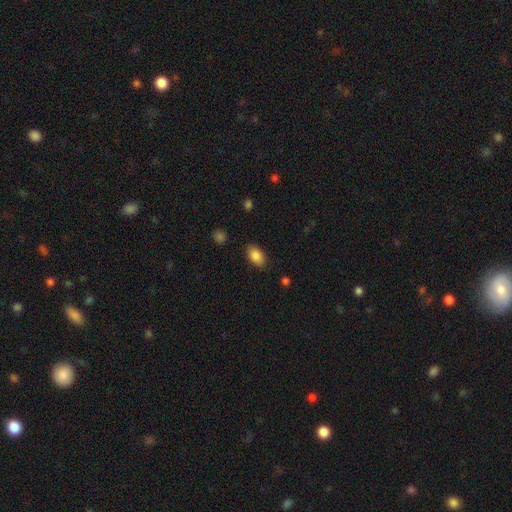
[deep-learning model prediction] This appears to be a smooth galaxy with no disk features (87%) that is in between round and cigar-shaped (92%). Merging: none (85%).